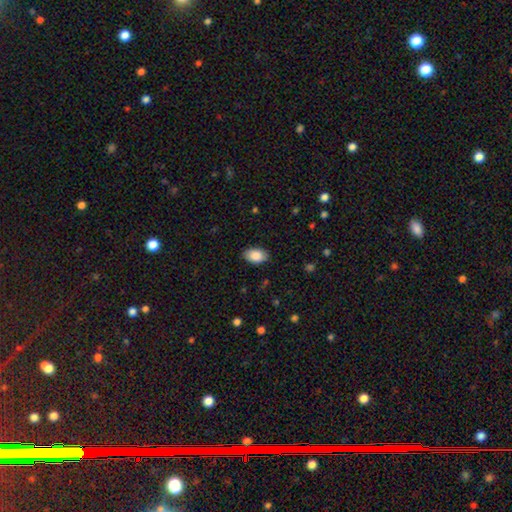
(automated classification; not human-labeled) smooth-or-featured: smooth: 88% | star or artifact: 7% | featured or disk: 5%
  how-rounded: in between: 93% | round: 6% | cigar-shaped: 1%
  merging: none: 87% | minor disturbance: 10% | major disturbance: 2% | merger: 1%